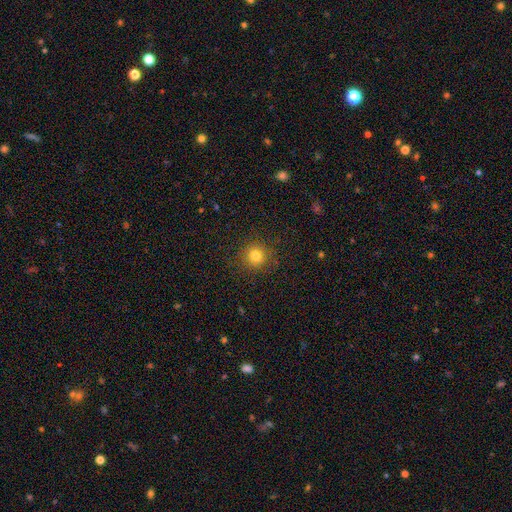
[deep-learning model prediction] Morphology: type=smooth (81%); roundness=round (93%); merging=none (90%).